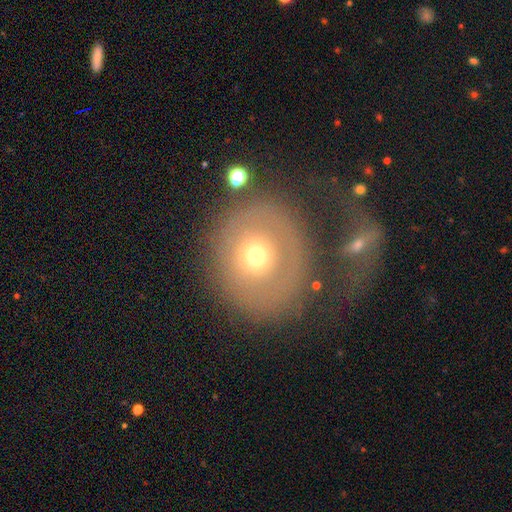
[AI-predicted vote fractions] Morphology: type=smooth (53%); roundness=round (77%); merging=none (65%).